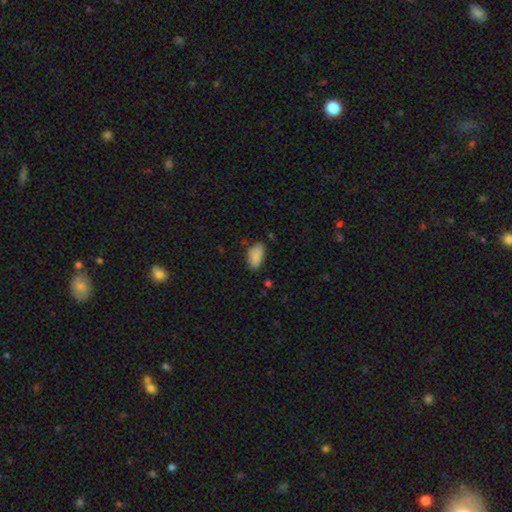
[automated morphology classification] Smooth or featured? smooth (87%)
How rounded? in between (93%)
Merging? none (68%)